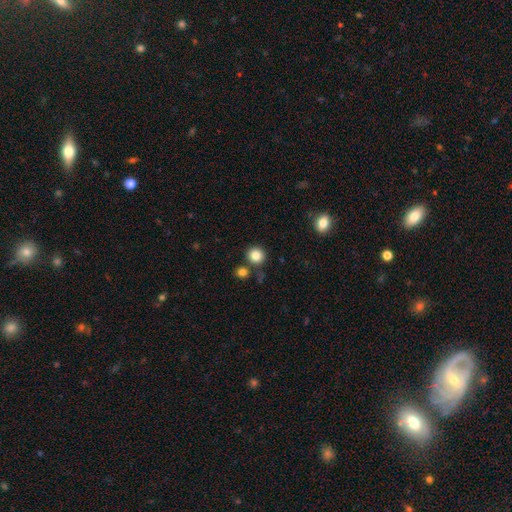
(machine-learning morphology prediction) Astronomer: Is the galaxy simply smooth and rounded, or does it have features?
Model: smooth — 85%.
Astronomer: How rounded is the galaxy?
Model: round — 90%.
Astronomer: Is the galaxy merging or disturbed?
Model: none — 80%.